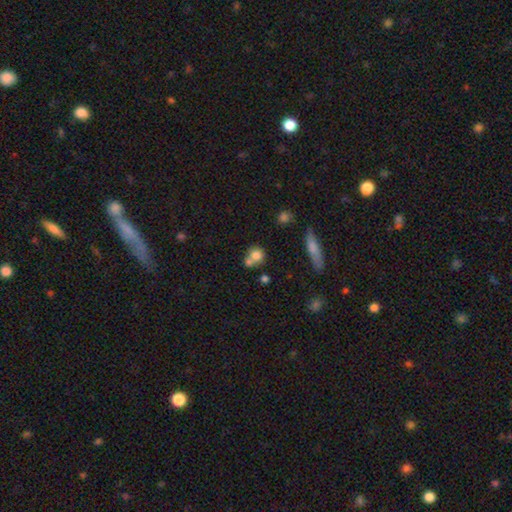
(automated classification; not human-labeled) A smooth galaxy with no disk features (74%) that is round (76%). Merging: merger (49%).